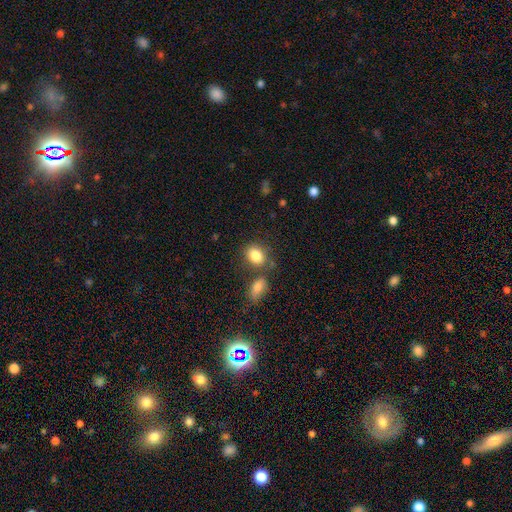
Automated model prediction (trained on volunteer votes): Overall: smooth (85%). How rounded: in between (66%; round 32%). Merging: none (63%).